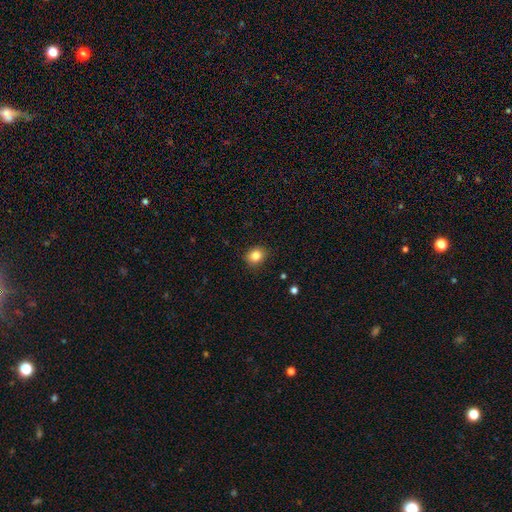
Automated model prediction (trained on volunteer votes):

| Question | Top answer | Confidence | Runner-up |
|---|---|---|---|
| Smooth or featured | smooth | 84% | star or artifact (10%) |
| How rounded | round | 66% | in between (33%) |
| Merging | none | 87% | minor disturbance (10%) |